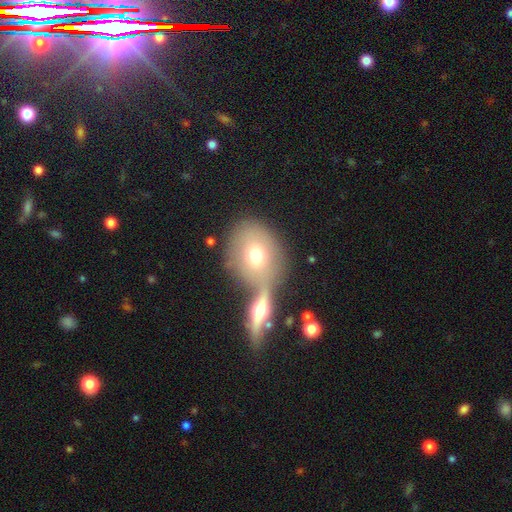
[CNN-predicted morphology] A smooth galaxy with no disk features (66%) that is in between round and cigar-shaped (49%). Merging: merger (43%).